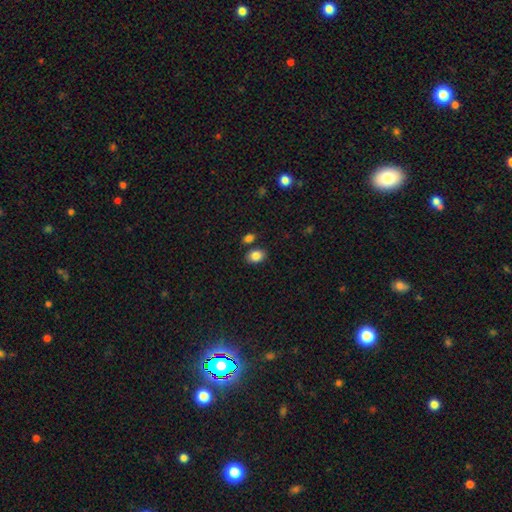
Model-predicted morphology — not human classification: Overall: smooth (85%). How rounded: in between (74%). Merging: none (76%).